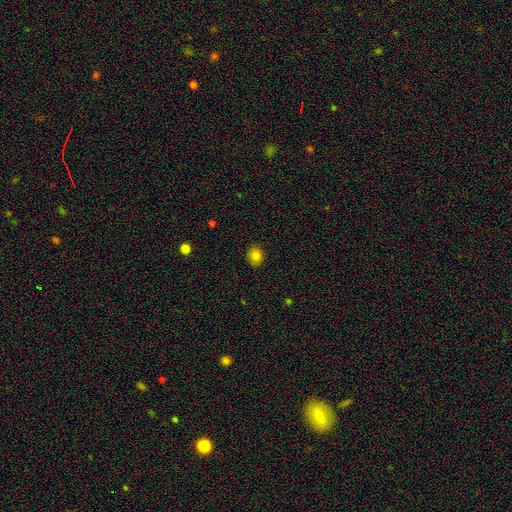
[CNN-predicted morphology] Smooth or featured?
  - smooth: 82% *
  - star or artifact: 11%
  - featured or disk: 7%
How rounded?
  - round: 64% *
  - in between: 35%
  - cigar-shaped: 1%
Merging?
  - none: 88% *
  - minor disturbance: 9%
  - major disturbance: 2%
  - merger: 1%